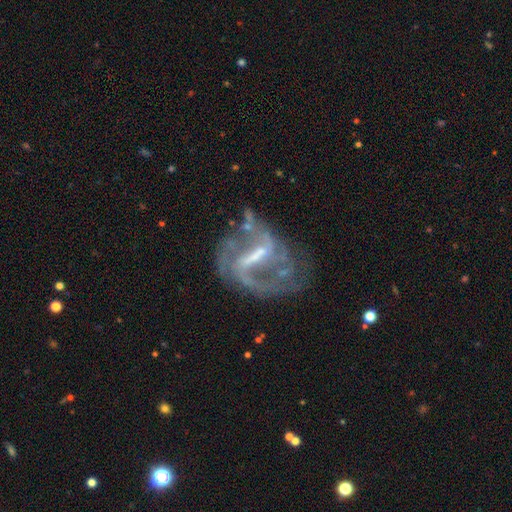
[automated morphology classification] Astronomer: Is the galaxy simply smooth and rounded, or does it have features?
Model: featured or disk — 86%.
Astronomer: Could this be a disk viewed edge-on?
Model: no — 96%.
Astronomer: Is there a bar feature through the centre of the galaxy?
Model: strong — 57% (runner-up: weak, 34%).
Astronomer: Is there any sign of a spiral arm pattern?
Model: yes — 88%.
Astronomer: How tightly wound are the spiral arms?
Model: medium — 44% (runner-up: loose, 36%).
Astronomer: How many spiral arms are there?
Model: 2 — 61%.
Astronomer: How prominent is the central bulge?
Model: small — 45% (runner-up: moderate, 27%).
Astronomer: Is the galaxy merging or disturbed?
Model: none — 52%.